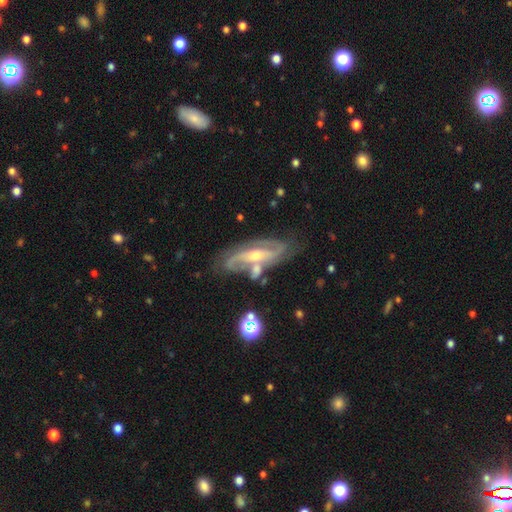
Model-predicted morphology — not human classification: Smooth or featured? featured or disk (87%)
Edge-on disk? no (88%)
Bar? strong (41%)
Spiral arms? yes (96%)
Spiral winding? medium (47%)
Spiral arm count? 2 (81%)
Bulge size? moderate (53%)
Merging? none (65%)